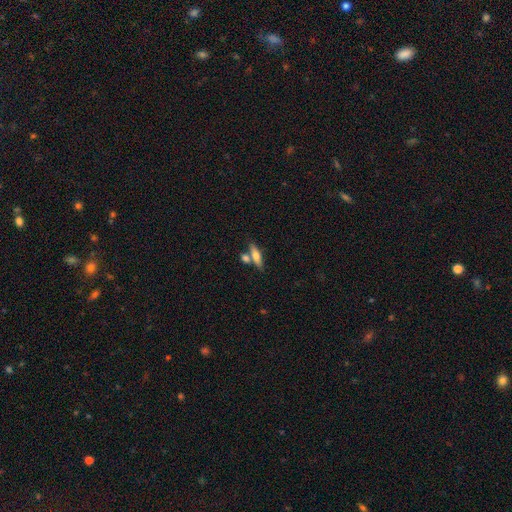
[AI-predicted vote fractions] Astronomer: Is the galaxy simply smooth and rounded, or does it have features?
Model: smooth — 58% (runner-up: featured or disk, 35%).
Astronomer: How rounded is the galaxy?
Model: cigar-shaped — 57% (runner-up: in between, 39%).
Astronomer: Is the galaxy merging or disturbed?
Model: none — 60%.